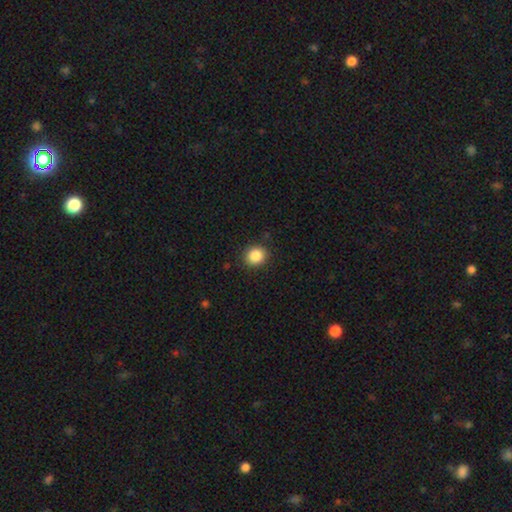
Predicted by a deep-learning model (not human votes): Overall: smooth (87%). How rounded: round (80%). Merging: none (89%).